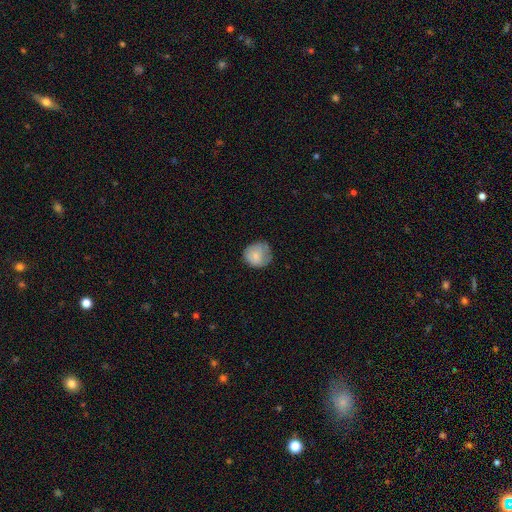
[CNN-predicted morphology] This appears to be a smooth galaxy with no disk features (77%) that is round (83%). Merging: none (58%).